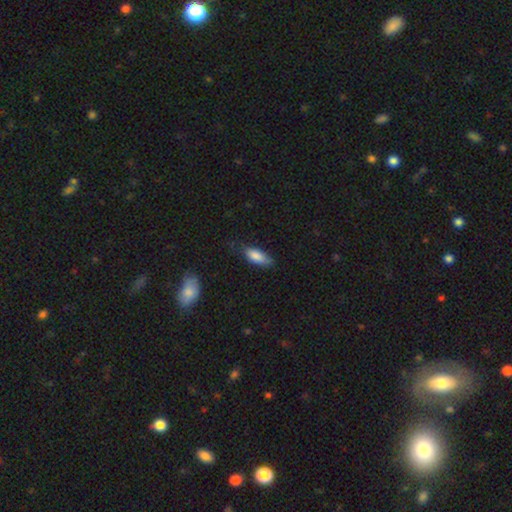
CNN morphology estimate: A smooth galaxy with no disk features (82%) that is in between round and cigar-shaped (77%).

Vote fractions:
- Smooth or featured? smooth: 82% / featured or disk: 12% / star or artifact: 7%
- How rounded? in between: 77% / cigar-shaped: 20% / round: 2%
- Merging? none: 60% / minor disturbance: 31% / major disturbance: 7% / merger: 2%